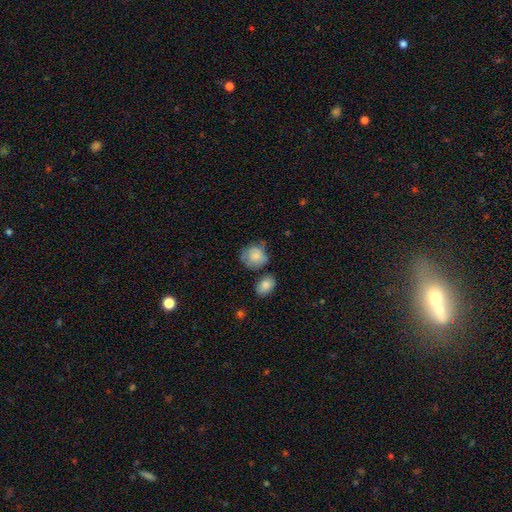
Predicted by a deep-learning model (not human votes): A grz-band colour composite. It shows a smooth galaxy with no disk features (78%) that is round (71%). Merging: none (51%).